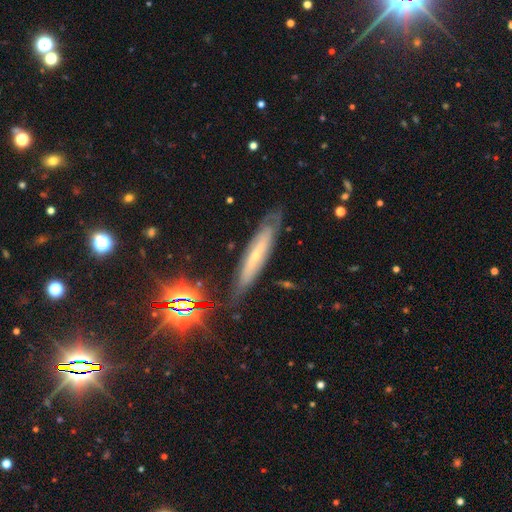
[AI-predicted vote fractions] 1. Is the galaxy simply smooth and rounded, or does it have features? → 64% featured or disk, 23% smooth, 13% star or artifact.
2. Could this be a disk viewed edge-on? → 57% yes, 43% no.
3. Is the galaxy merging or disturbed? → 75% none, 18% minor disturbance, 5% major disturbance, 2% merger.